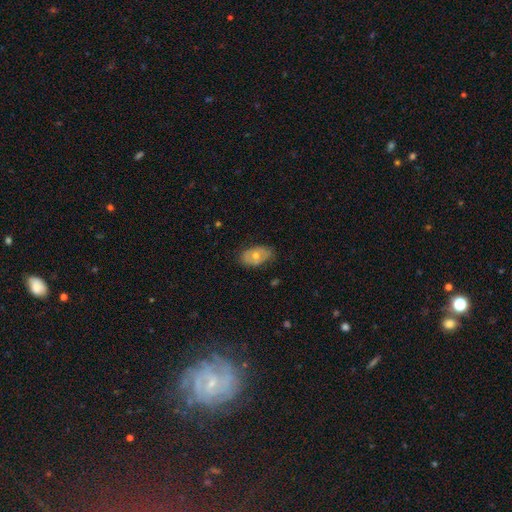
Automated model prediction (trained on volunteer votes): This appears to be a smooth galaxy with no disk features (47%). Merging: none (78%).